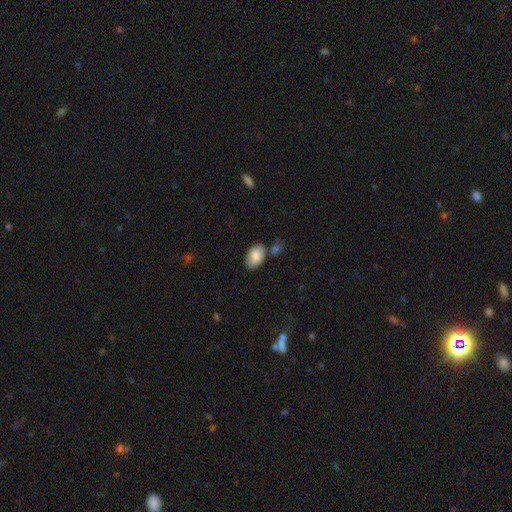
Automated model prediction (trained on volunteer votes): Smooth or featured?
  - smooth: 86% *
  - featured or disk: 8%
  - star or artifact: 7%
How rounded?
  - in between: 93% *
  - round: 6%
  - cigar-shaped: 1%
Merging?
  - none: 75% *
  - minor disturbance: 13%
  - merger: 9%
  - major disturbance: 3%